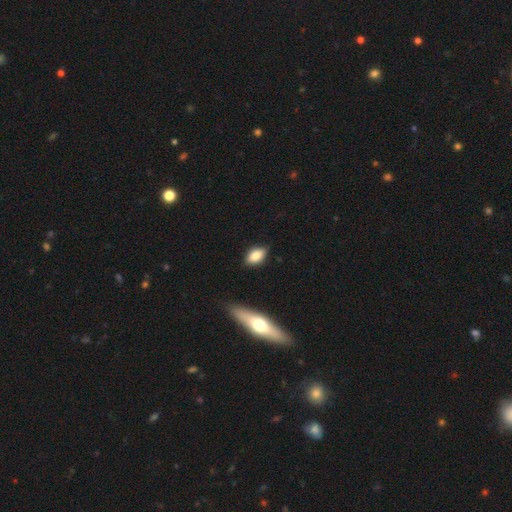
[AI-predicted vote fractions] smooth 82%, featured or disk 10%, star or artifact 8%. Down the decision tree: how rounded — in between (89%); merging — none (80%).